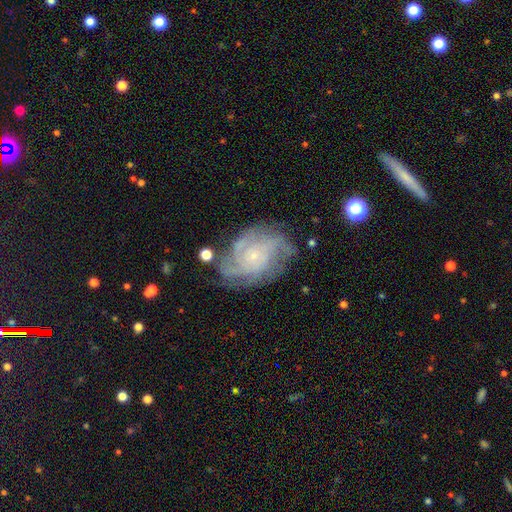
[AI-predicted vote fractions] The model was most divided on "spiral arm count": can't tell: 27%, 4: 26%, 3: 20%, 2: 11%, more than 4: 10%, 1: 6%. More confident: edge-on disk — no (96%); spiral arms — yes (96%); smooth or featured — featured or disk (79%); bulge size — small (75%); merging — none (74%); bar — no (71%); spiral winding — tight (59%).